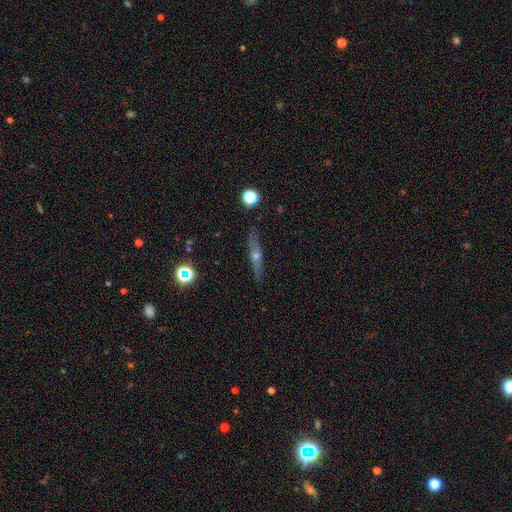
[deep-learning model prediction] smooth-or-featured: featured or disk: 64% | smooth: 27% | star or artifact: 9%
  disk-edge-on: yes: 92% | no: 8%
    edge-on-bulge: rounded: 89% | none: 8% | boxy: 3%
  merging: none: 88% | minor disturbance: 9% | major disturbance: 2% | merger: 1%